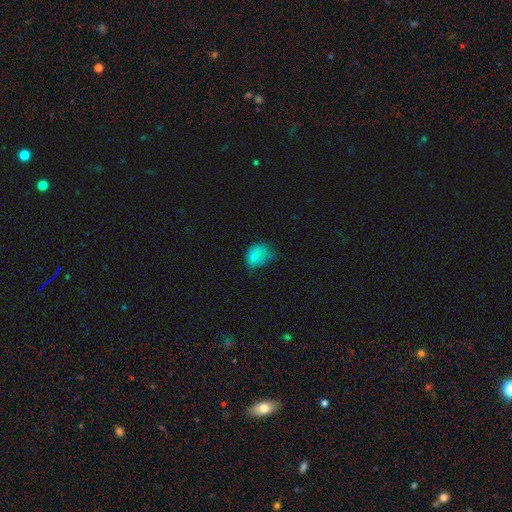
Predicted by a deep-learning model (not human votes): This is likely a smooth galaxy (74%). How rounded: likely in between (62%). Merging: marginally minor disturbance (37%).